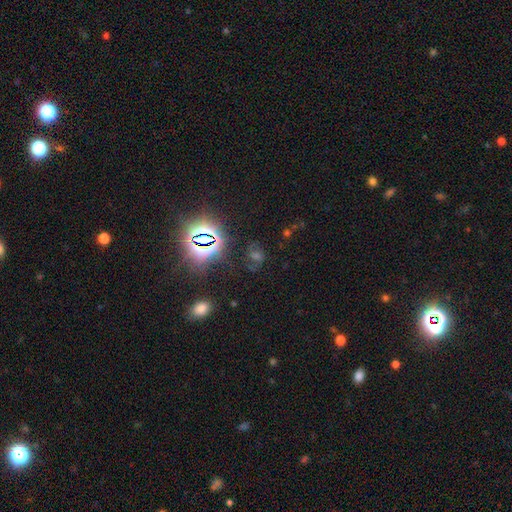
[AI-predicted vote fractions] Smooth or featured?
  - star or artifact: 62% *
  - smooth: 21%
  - featured or disk: 17%